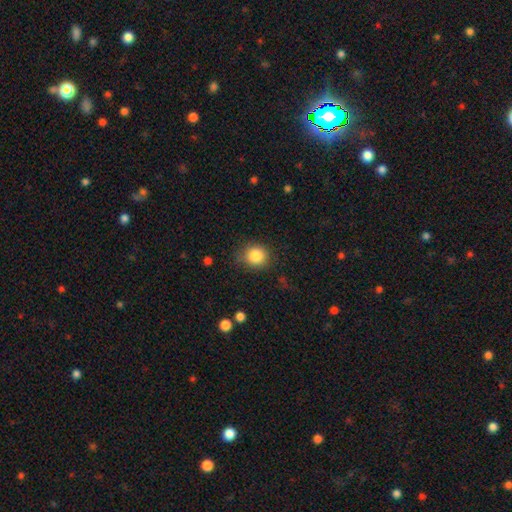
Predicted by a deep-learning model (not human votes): This appears to be a smooth galaxy with no disk features (85%) that is round (83%). Merging: none (79%).